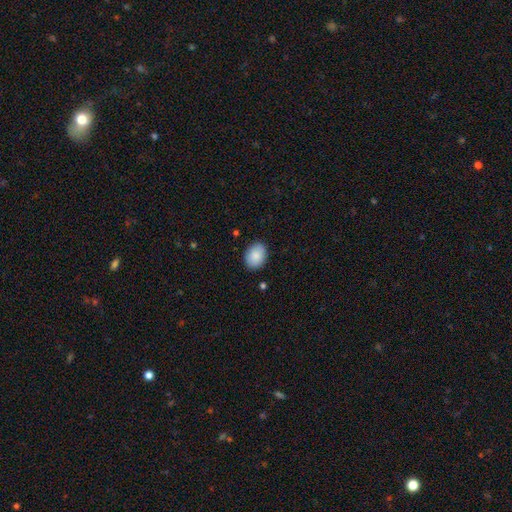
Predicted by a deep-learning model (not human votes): The model was most divided on "how rounded": in between: 73%, round: 26%, cigar-shaped: 1%. More confident: smooth or featured — smooth (88%); merging — none (88%).